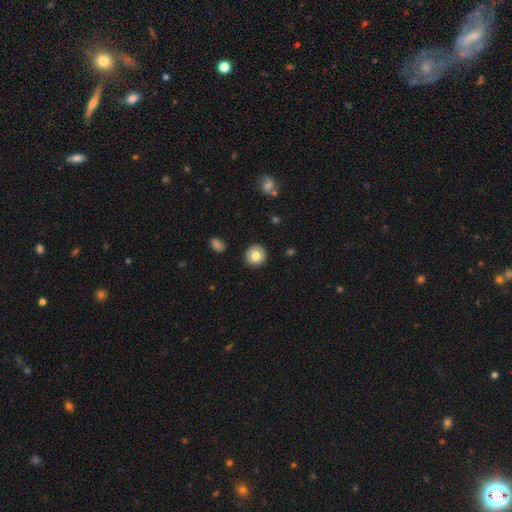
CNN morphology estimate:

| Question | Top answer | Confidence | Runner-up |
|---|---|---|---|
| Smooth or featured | smooth | 78% | featured or disk (13%) |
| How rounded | round | 93% | in between (6%) |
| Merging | none | 91% | minor disturbance (6%) |